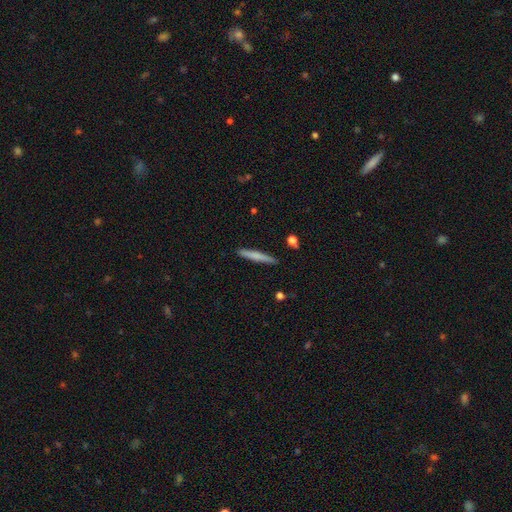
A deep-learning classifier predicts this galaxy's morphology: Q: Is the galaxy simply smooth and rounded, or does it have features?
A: smooth — 67%.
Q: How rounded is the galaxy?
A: cigar-shaped — 96%.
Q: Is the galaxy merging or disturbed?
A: none — 90%.